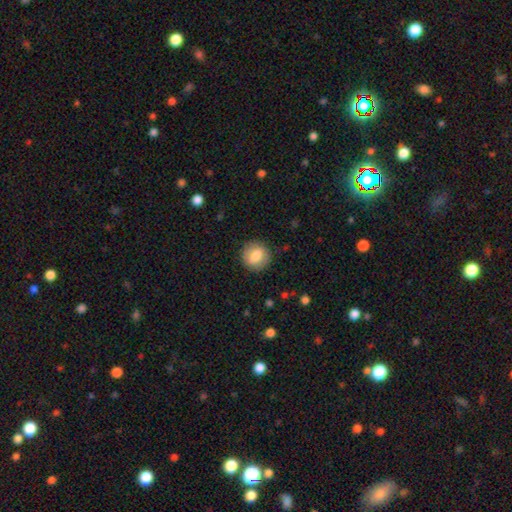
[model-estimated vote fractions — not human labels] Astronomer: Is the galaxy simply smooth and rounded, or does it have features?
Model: smooth — 80%.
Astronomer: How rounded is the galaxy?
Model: round — 89%.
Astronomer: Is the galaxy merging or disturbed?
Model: none — 88%.